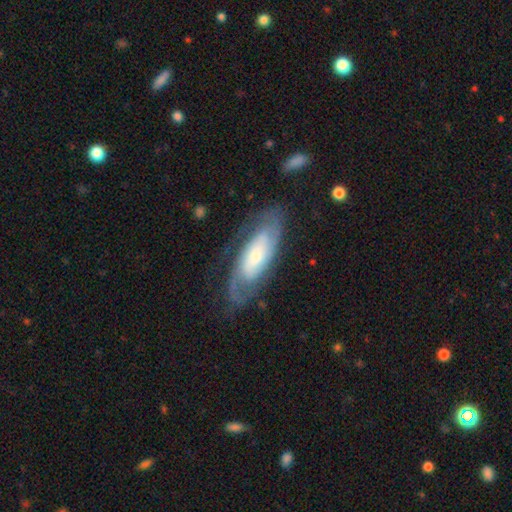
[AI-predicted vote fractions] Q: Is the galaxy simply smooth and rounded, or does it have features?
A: featured or disk — 76%.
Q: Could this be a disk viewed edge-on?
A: no — 90%.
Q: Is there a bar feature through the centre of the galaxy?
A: no — 62%.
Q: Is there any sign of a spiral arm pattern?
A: yes — 92%.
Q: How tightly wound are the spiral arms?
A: tight — 53%.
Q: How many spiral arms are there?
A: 2 — 59%.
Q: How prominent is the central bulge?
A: small — 42%.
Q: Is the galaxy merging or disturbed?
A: none — 70%.